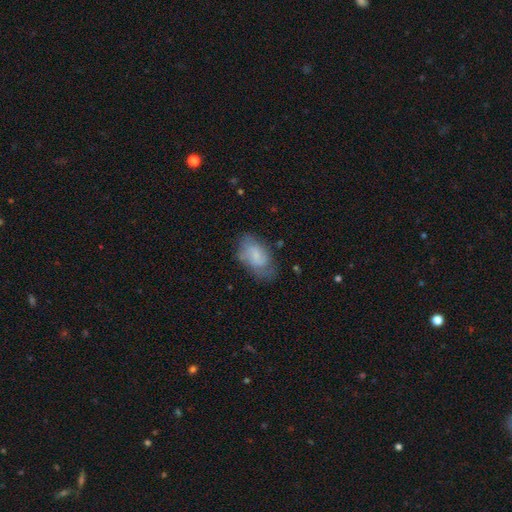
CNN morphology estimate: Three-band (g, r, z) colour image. It shows a smooth galaxy with no disk features (50%) that is in between round and cigar-shaped (90%). Merging: none (56%).